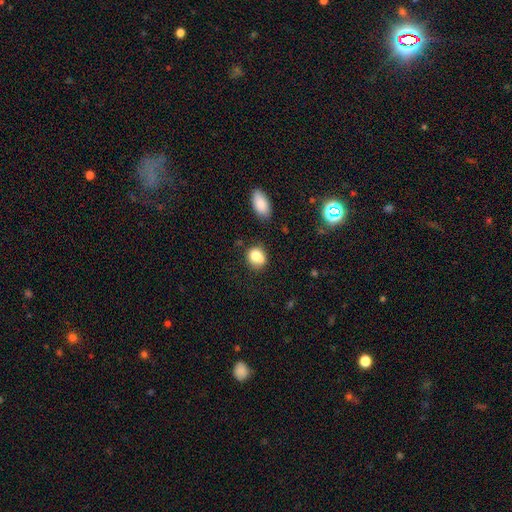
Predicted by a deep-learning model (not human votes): smooth-or-featured: smooth: 83% | star or artifact: 9% | featured or disk: 7%
  how-rounded: round: 54% | in between: 44% | cigar-shaped: 1%
  merging: none: 63% | minor disturbance: 23% | merger: 8% | major disturbance: 6%